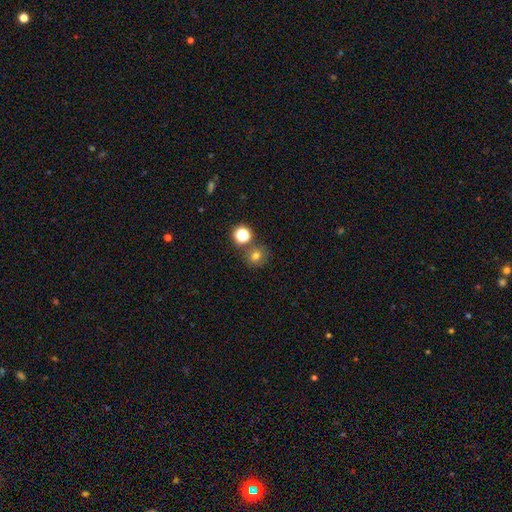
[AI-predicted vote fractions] A smooth galaxy with no disk features (71%) that is round (85%).

Vote fractions:
- Smooth or featured? smooth: 71% / star or artifact: 20% / featured or disk: 9%
- How rounded? round: 85% / in between: 14% / cigar-shaped: 1%
- Merging? none: 74% / merger: 14% / minor disturbance: 9% / major disturbance: 3%